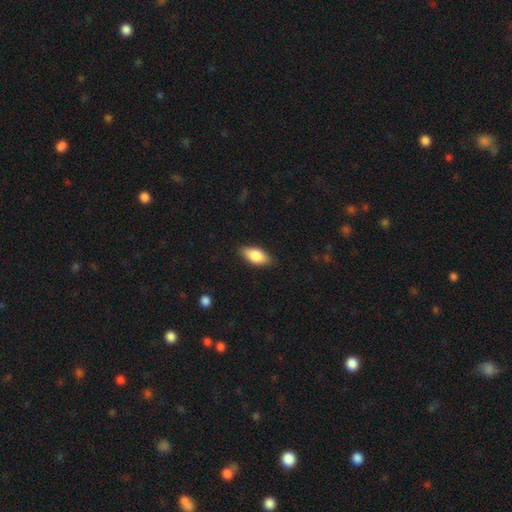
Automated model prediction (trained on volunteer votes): Overall: smooth (82%). How rounded: in between (89%). Merging: none (85%).